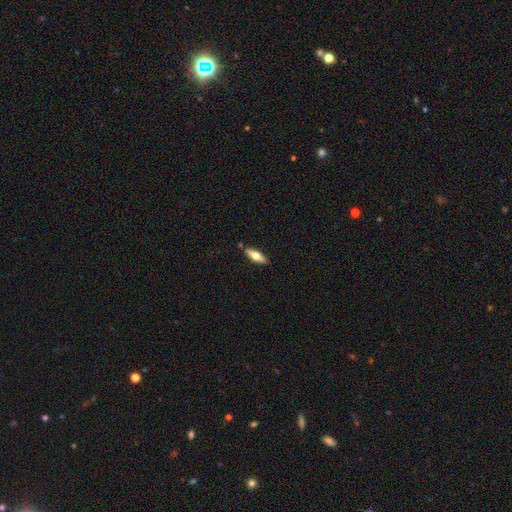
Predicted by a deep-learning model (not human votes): Smooth or featured? smooth (54%)
How rounded? cigar-shaped (50%)
Merging? none (87%)